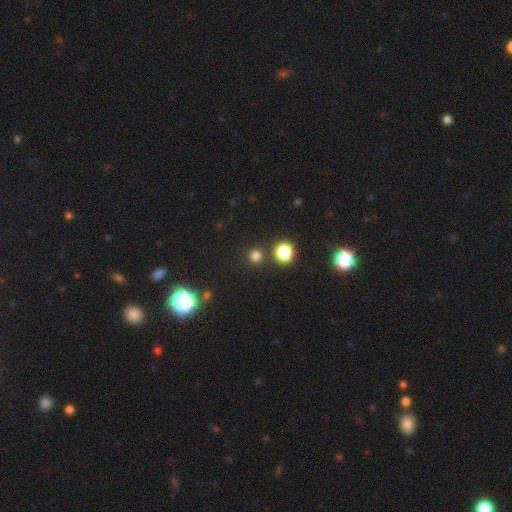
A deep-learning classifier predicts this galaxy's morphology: type=smooth (73%); roundness=round (94%); merging=none (85%).